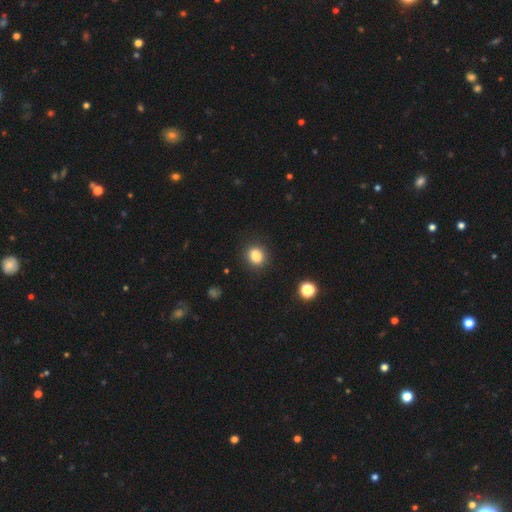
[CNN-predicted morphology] Smooth or featured?
  - smooth: 84% *
  - star or artifact: 11%
  - featured or disk: 5%
How rounded?
  - round: 66% *
  - in between: 33%
  - cigar-shaped: 1%
Merging?
  - none: 89% *
  - minor disturbance: 7%
  - major disturbance: 2%
  - merger: 1%